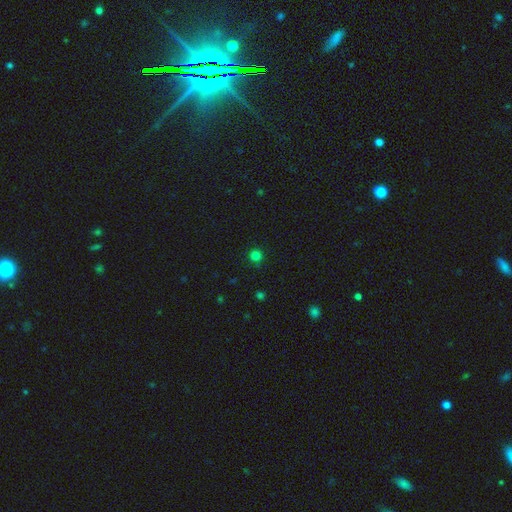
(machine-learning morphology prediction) The model was most divided on "smooth or featured": smooth: 80%, star or artifact: 17%, featured or disk: 4%. More confident: how rounded — round (95%); merging — none (90%).